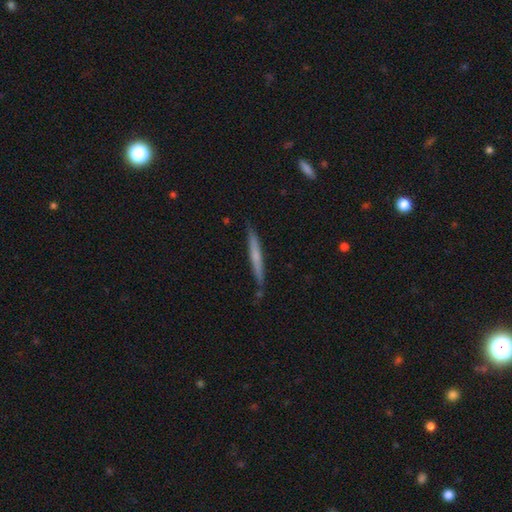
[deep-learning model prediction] A smooth galaxy with no disk features (54%) that is cigar-shaped (96%). Merging: none (85%).